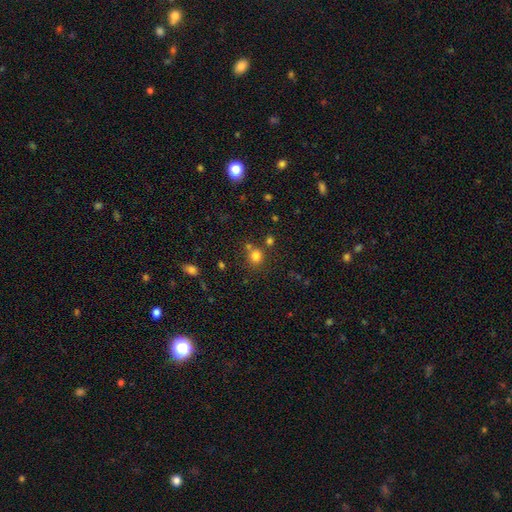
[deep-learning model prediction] Q: Smooth or featured?
A: smooth (77%); runner-up: star or artifact (16%)
Q: How rounded?
A: round (80%); runner-up: in between (19%)
Q: Merging?
A: none (66%); runner-up: merger (18%)